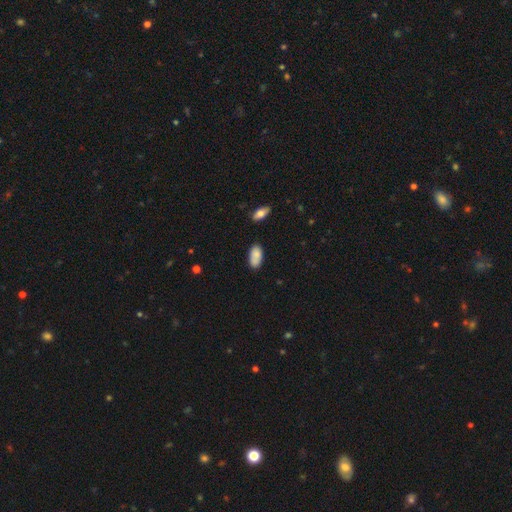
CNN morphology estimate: type=smooth (84%); roundness=in between (93%); merging=none (75%).